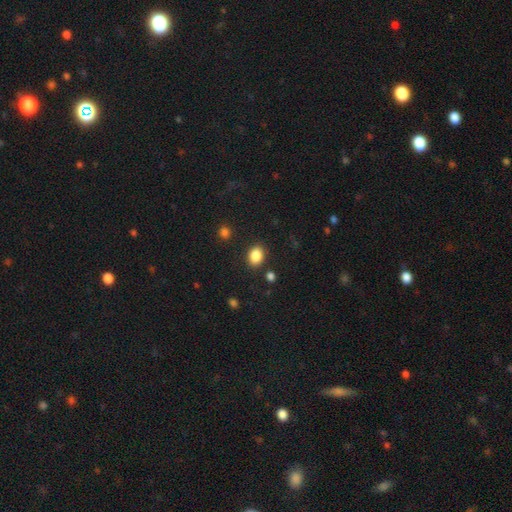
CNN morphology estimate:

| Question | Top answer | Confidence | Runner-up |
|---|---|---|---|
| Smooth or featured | smooth | 86% | star or artifact (9%) |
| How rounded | in between | 68% | round (31%) |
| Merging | none | 84% | minor disturbance (10%) |